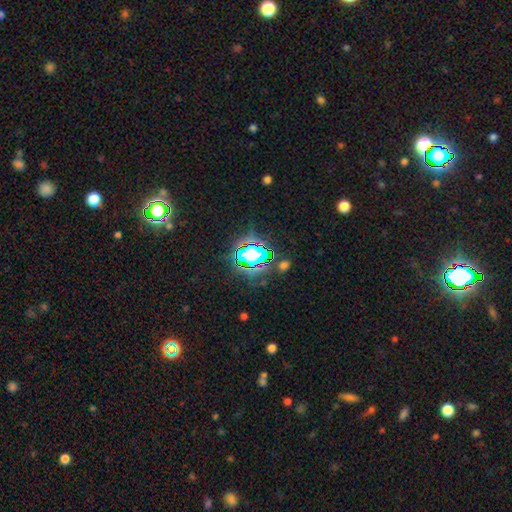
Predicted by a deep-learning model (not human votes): Smooth or featured? star or artifact (83%)